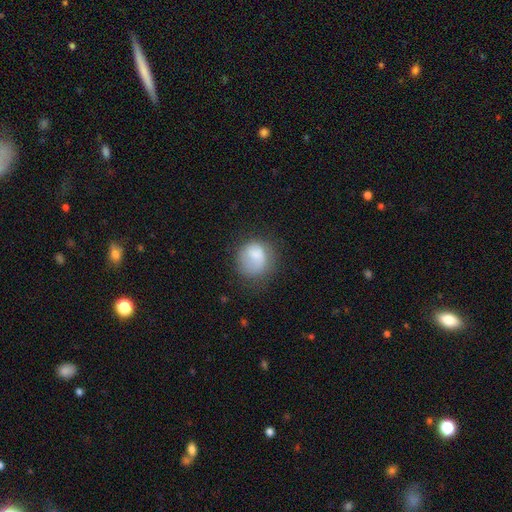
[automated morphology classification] smooth_or_featured: smooth (p=0.76) [alt: featured or disk p=0.16]
how_rounded: round (p=0.77) [alt: in between p=0.22]
merging: none (p=0.51) [alt: minor disturbance p=0.25]